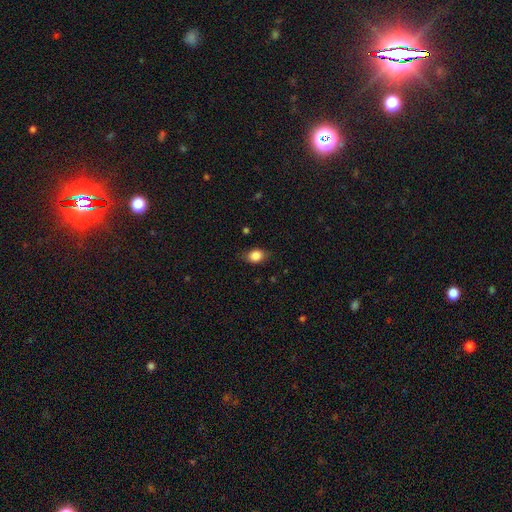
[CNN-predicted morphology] Q: Smooth or featured?
A: smooth (85%); runner-up: star or artifact (8%)
Q: How rounded?
A: in between (66%); runner-up: round (32%)
Q: Merging?
A: none (77%); runner-up: minor disturbance (18%)